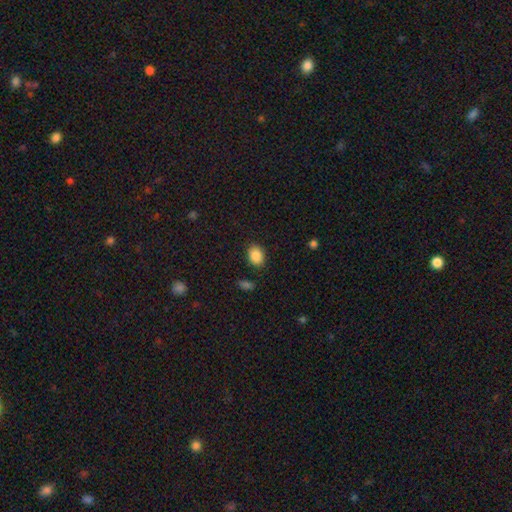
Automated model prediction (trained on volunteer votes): This is clearly a smooth galaxy (87%). How rounded: likely in between (73%). Merging: clearly none (86%).